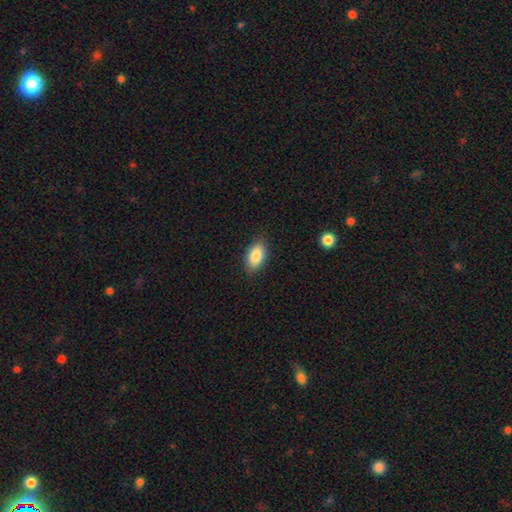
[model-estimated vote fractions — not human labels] smooth-or-featured: smooth: 85% | featured or disk: 8% | star or artifact: 7%
  how-rounded: in between: 92% | round: 5% | cigar-shaped: 3%
  merging: none: 86% | minor disturbance: 10% | major disturbance: 2% | merger: 1%